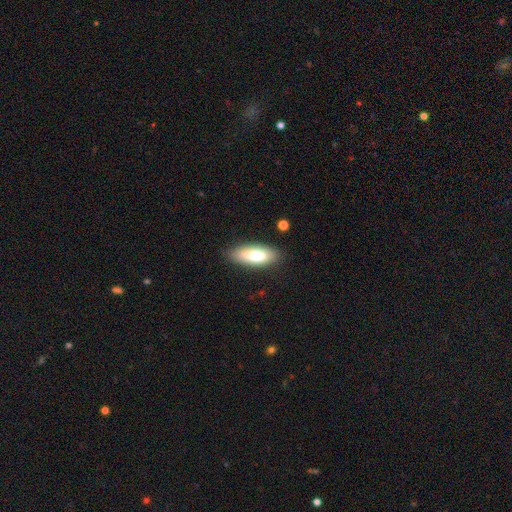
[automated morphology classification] smooth 77%, featured or disk 17%, star or artifact 6%. Down the decision tree: how rounded — in between (72%); merging — none (84%).